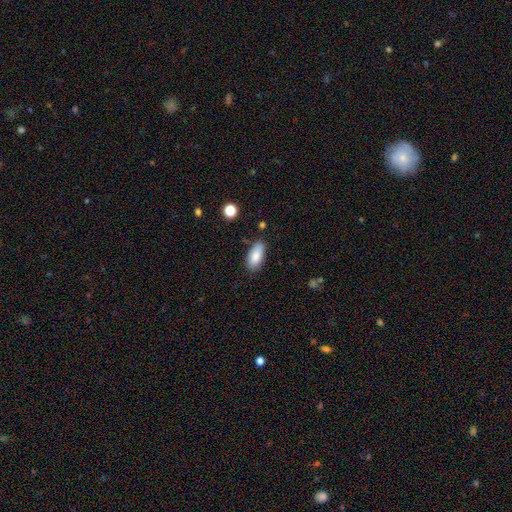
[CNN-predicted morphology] Smooth or featured? Predicted: smooth (p=0.85). How rounded? Predicted: in between (p=0.89). Merging? Predicted: none (p=0.81).